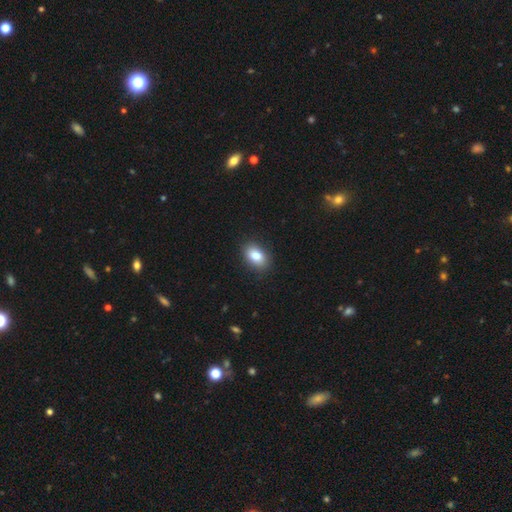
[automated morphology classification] Overall: smooth (82%). How rounded: in between (83%). Merging: none (88%).